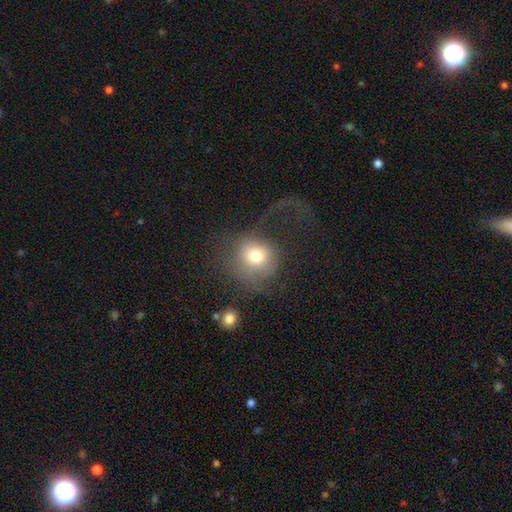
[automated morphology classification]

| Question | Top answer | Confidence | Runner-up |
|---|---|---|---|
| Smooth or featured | smooth | 68% | featured or disk (20%) |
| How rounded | round | 85% | in between (14%) |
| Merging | major disturbance | 51% | none (31%) |